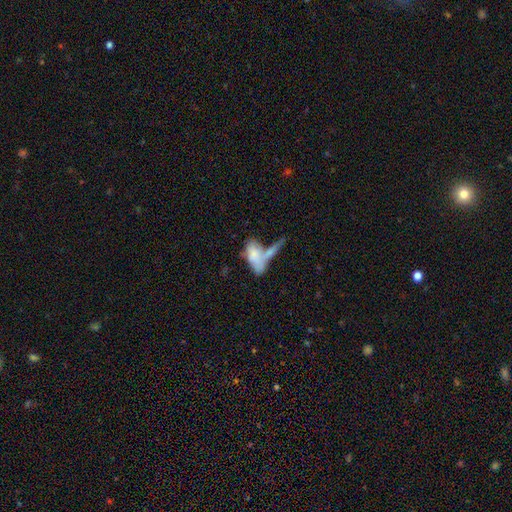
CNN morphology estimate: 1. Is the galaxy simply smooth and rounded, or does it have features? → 66% smooth, 27% featured or disk, 7% star or artifact.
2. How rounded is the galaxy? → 85% in between, 11% cigar-shaped, 4% round.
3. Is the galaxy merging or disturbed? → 52% merger, 21% none, 14% major disturbance, 13% minor disturbance.